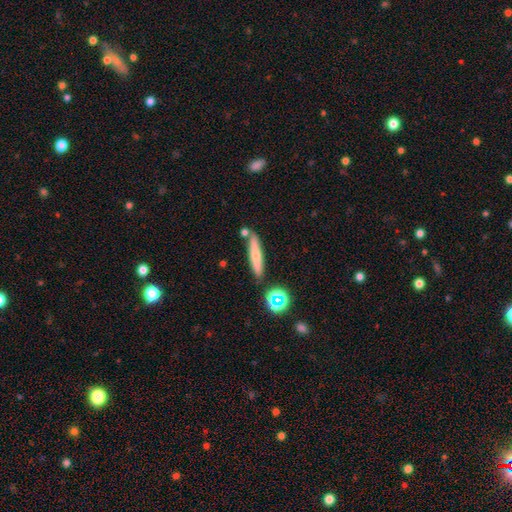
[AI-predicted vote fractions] Q: Smooth or featured?
A: smooth (62%); runner-up: featured or disk (28%)
Q: How rounded?
A: cigar-shaped (88%); runner-up: in between (9%)
Q: Merging?
A: none (80%); runner-up: minor disturbance (11%)